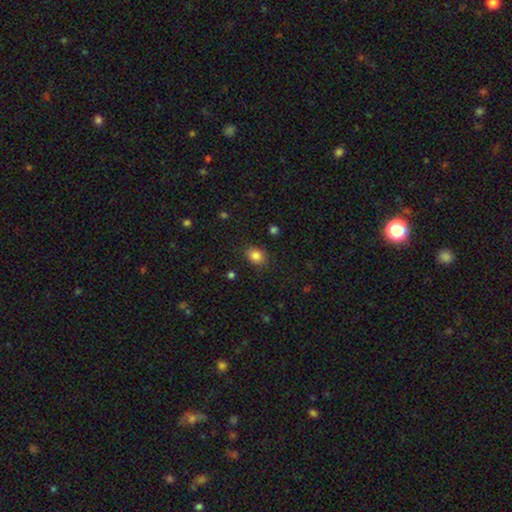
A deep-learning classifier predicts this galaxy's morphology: Smooth or featured?
  - smooth: 85% *
  - star or artifact: 10%
  - featured or disk: 5%
How rounded?
  - in between: 54% *
  - round: 45%
  - cigar-shaped: 1%
Merging?
  - none: 82% *
  - minor disturbance: 13%
  - major disturbance: 3%
  - merger: 1%